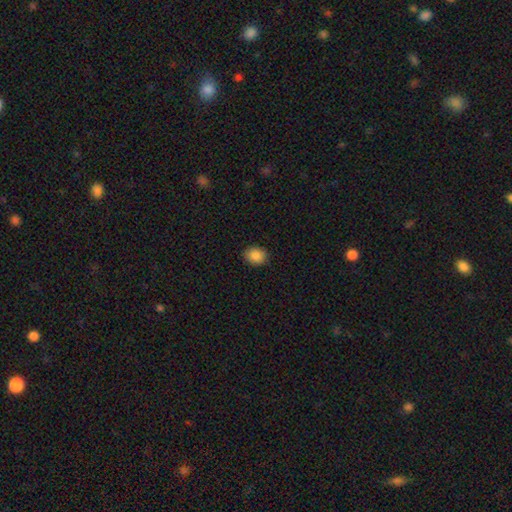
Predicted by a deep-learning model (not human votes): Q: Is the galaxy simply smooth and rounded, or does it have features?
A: smooth — 87%.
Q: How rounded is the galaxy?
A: round — 57%.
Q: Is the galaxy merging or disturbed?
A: none — 88%.